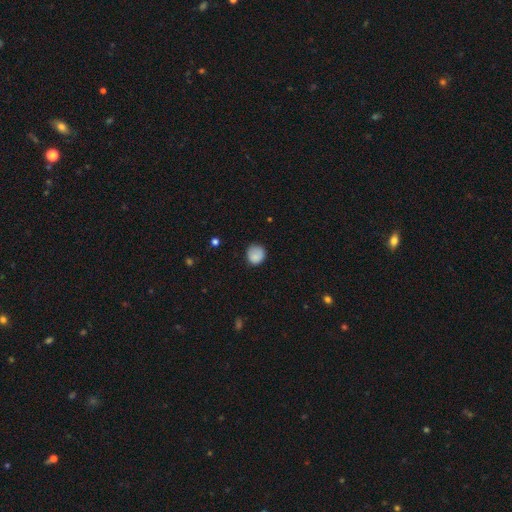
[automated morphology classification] Overall: smooth (86%). How rounded: round (88%). Merging: none (78%).